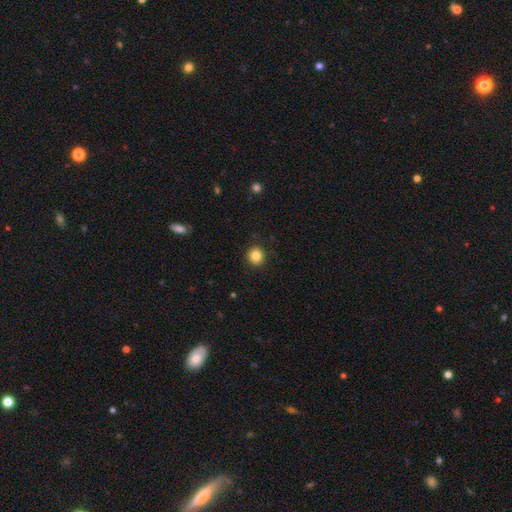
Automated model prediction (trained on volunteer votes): smooth_or_featured: smooth (p=0.84) [alt: star or artifact p=0.11]
how_rounded: round (p=0.92) [alt: in between p=0.07]
merging: none (p=0.92) [alt: minor disturbance p=0.06]